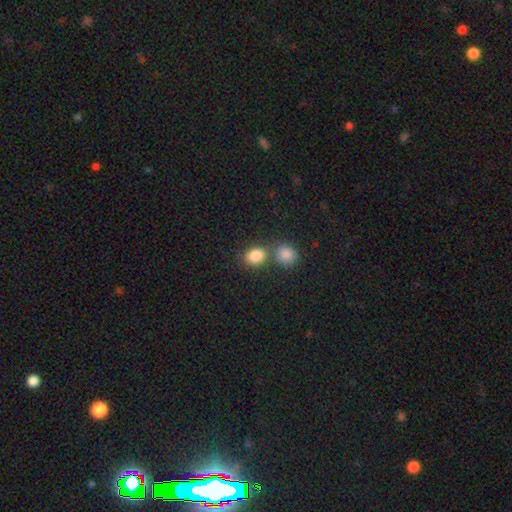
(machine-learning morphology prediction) type=smooth (86%); roundness=in between (55%); merging=none (55%).